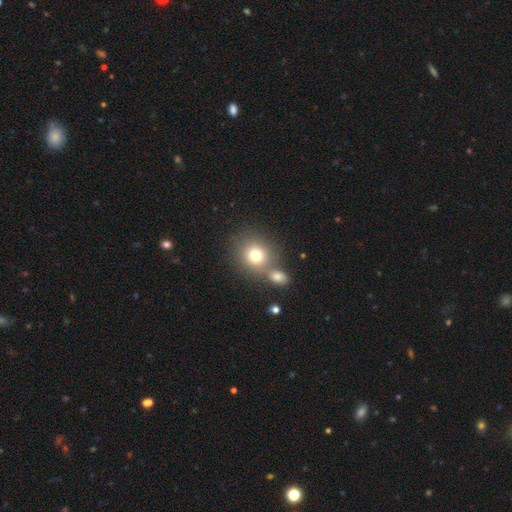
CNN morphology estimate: smooth_or_featured: smooth (p=0.76) [alt: featured or disk p=0.12]
how_rounded: round (p=0.78) [alt: in between p=0.21]
merging: none (p=0.54) [alt: merger p=0.32]